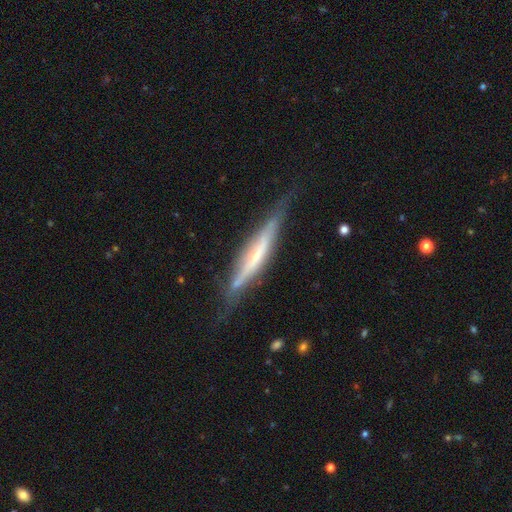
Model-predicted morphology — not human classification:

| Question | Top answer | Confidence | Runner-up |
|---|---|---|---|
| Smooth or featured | featured or disk | 72% | smooth (22%) |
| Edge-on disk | yes | 92% | no (8%) |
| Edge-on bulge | rounded | 46% | none (38%) |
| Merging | none | 70% | minor disturbance (21%) |